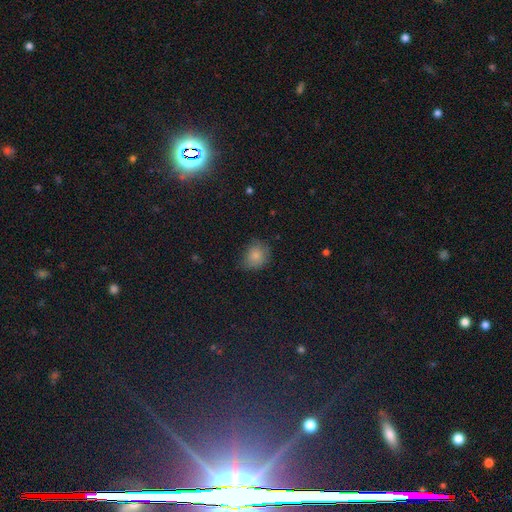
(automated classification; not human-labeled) Q: Smooth or featured?
A: smooth (82%); runner-up: star or artifact (10%)
Q: How rounded?
A: round (60%); runner-up: in between (39%)
Q: Merging?
A: none (65%); runner-up: minor disturbance (28%)